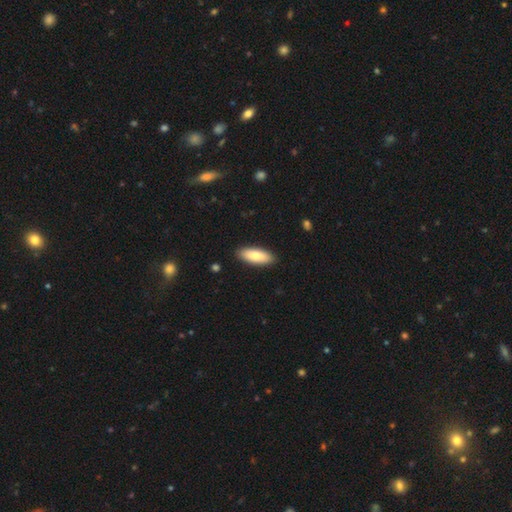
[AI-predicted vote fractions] Smooth or featured?
  - smooth: 80% *
  - featured or disk: 14%
  - star or artifact: 5%
How rounded?
  - in between: 71% *
  - cigar-shaped: 28%
  - round: 2%
Merging?
  - none: 90% *
  - minor disturbance: 7%
  - major disturbance: 2%
  - merger: 1%